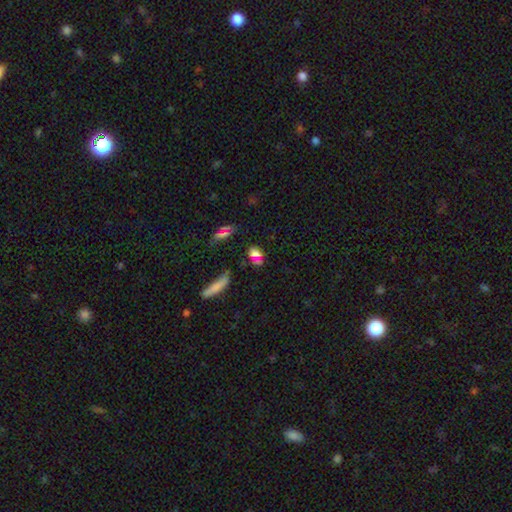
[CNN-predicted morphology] This appears to be a smooth galaxy with no disk features (65%) that is in between round and cigar-shaped (57%). Merging: none (60%).